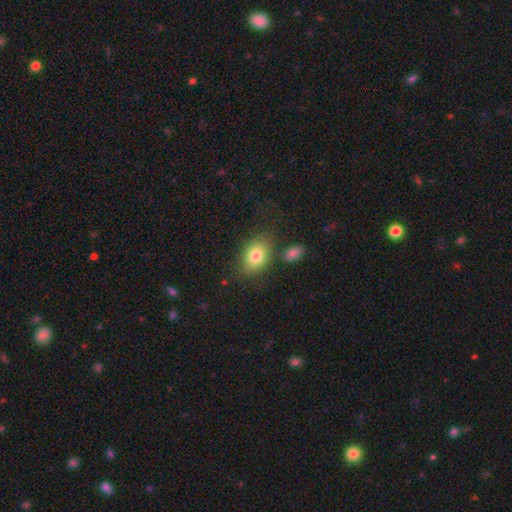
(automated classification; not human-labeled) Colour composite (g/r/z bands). It shows a smooth galaxy with no disk features (80%) that is in between round and cigar-shaped (82%). Merging: none (72%).